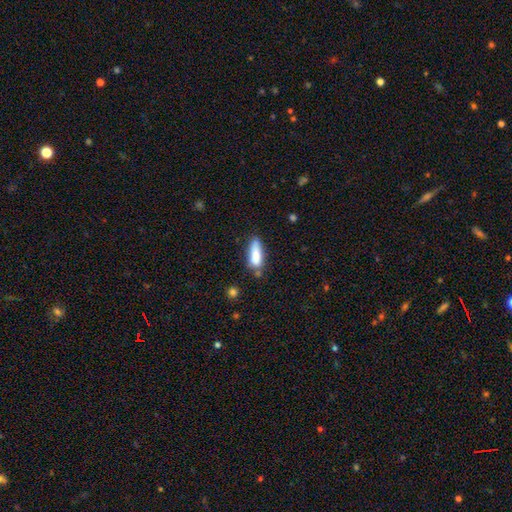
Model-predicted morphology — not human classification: Overall: smooth (81%). How rounded: in between (50%; cigar-shaped 48%). Merging: none (59%; minor disturbance 26%).